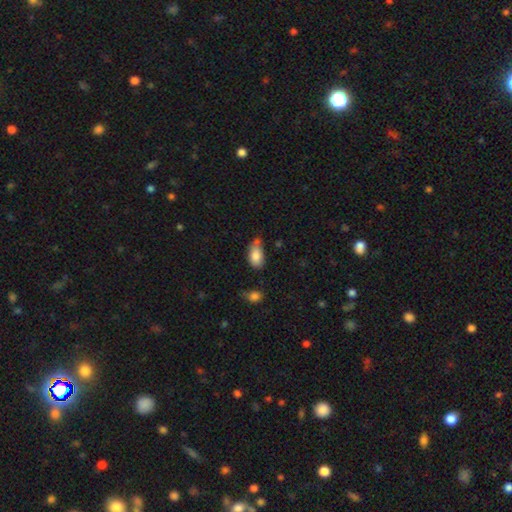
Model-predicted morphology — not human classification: A smooth galaxy with no disk features (81%) that is in between round and cigar-shaped (90%). Merging: none (41%).